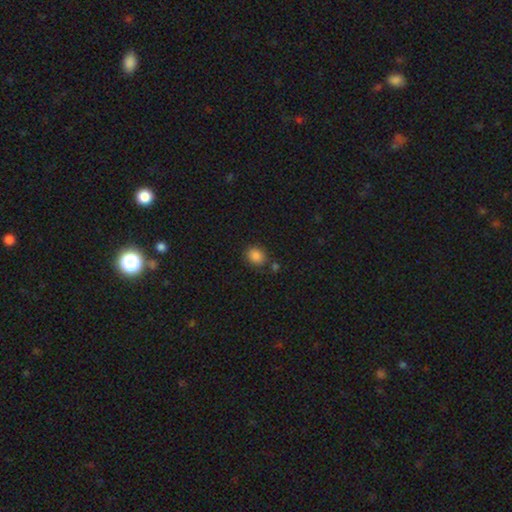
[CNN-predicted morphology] A smooth galaxy with no disk features (86%) that is round (55%).

Vote fractions:
- Smooth or featured? smooth: 86% / star or artifact: 10% / featured or disk: 4%
- How rounded? round: 55% / in between: 44% / cigar-shaped: 1%
- Merging? none: 75% / minor disturbance: 13% / merger: 8% / major disturbance: 4%